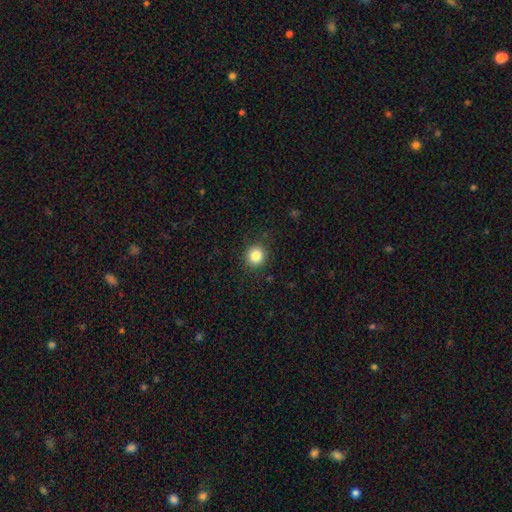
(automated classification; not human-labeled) A smooth galaxy with no disk features (84%) that is round (92%).

Vote fractions:
- Smooth or featured? smooth: 84% / star or artifact: 11% / featured or disk: 5%
- How rounded? round: 92% / in between: 7% / cigar-shaped: 1%
- Merging? none: 90% / minor disturbance: 7% / major disturbance: 2% / merger: 1%